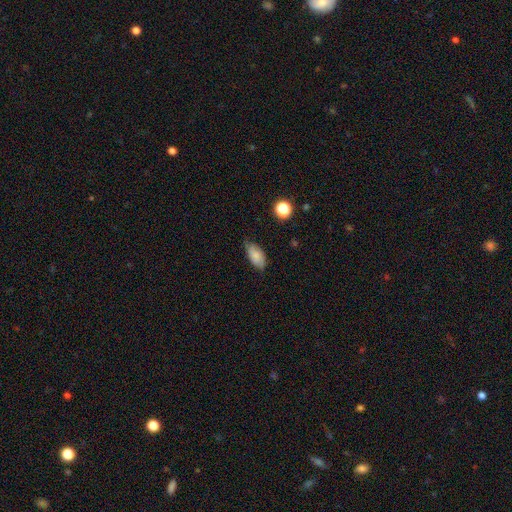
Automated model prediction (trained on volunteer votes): This appears to be a smooth galaxy with no disk features (78%) that is in between round and cigar-shaped (91%). Merging: none (67%).